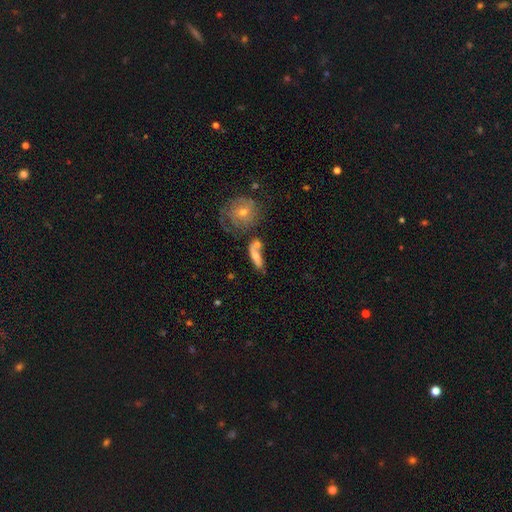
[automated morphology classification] Smooth or featured? Predicted: smooth (p=0.58). How rounded? Predicted: in between (p=0.58). Merging? Predicted: merger (p=0.37).